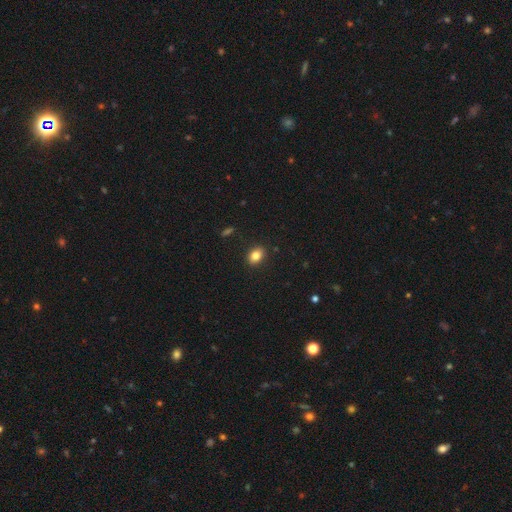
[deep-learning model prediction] smooth 83%, star or artifact 10%, featured or disk 8%. Down the decision tree: how rounded — in between (72%); merging — none (89%).